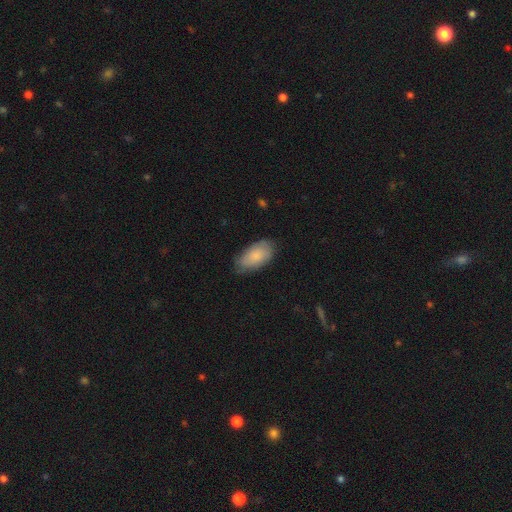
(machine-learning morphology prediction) Overall: smooth (81%). How rounded: in between (94%). Merging: none (73%).